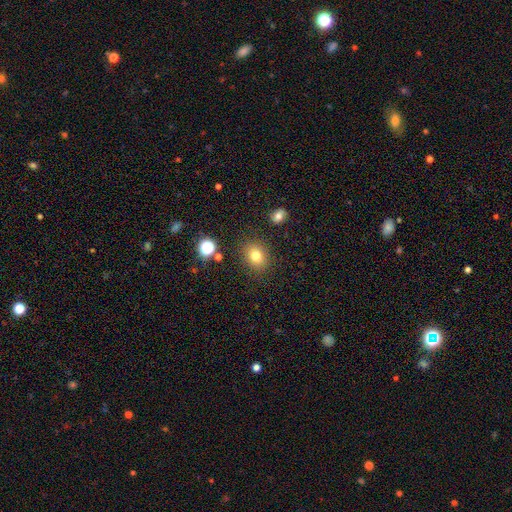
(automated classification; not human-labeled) smooth 79%, star or artifact 13%, featured or disk 8%. Down the decision tree: how rounded — round (57%); merging — none (86%).